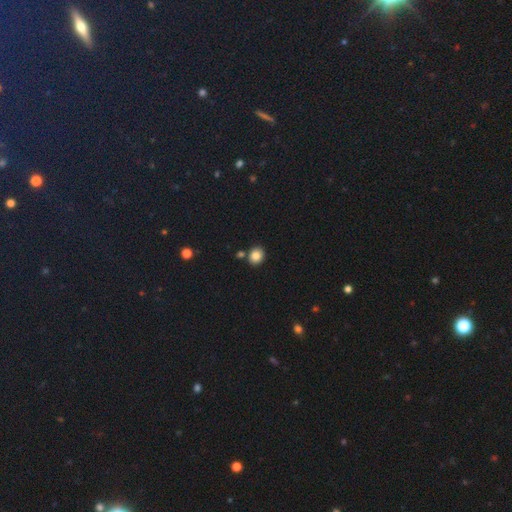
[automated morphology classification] This appears to be a smooth galaxy with no disk features (85%) that is round (68%). Merging: none (80%).